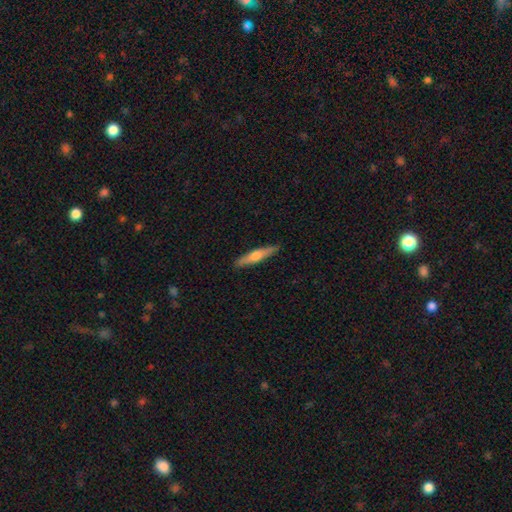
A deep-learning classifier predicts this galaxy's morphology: This is possibly a featured or disk galaxy (48%). Merging: clearly none (90%).